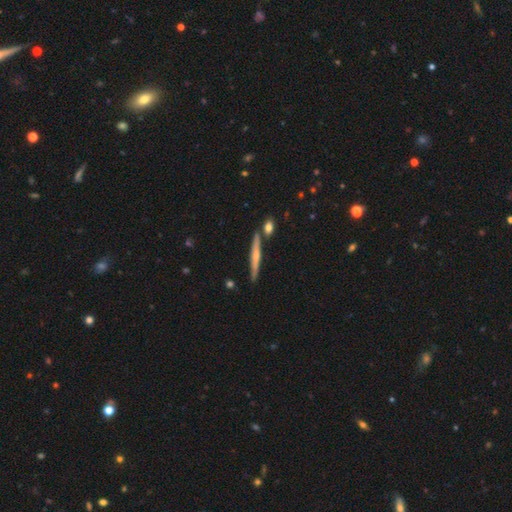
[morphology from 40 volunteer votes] Volunteers were most divided on "edge-on bulge": rounded: 61%, none: 39%, boxy: 0%. More confident: edge-on disk — yes (96%); merging — none (89%); smooth or featured — featured or disk (60%).